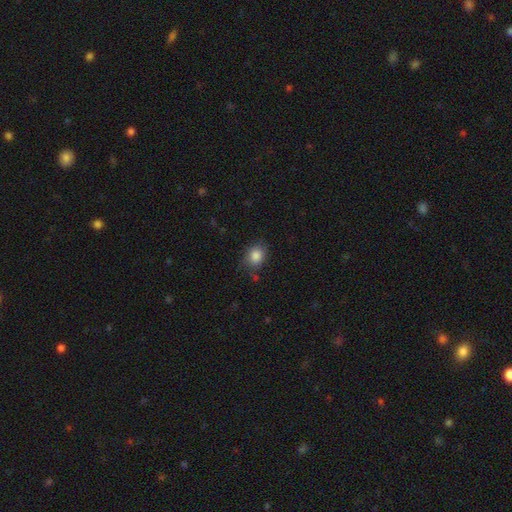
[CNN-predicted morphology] Q: Smooth or featured?
A: smooth (85%); runner-up: star or artifact (9%)
Q: How rounded?
A: in between (51%); runner-up: round (48%)
Q: Merging?
A: none (76%); runner-up: minor disturbance (18%)